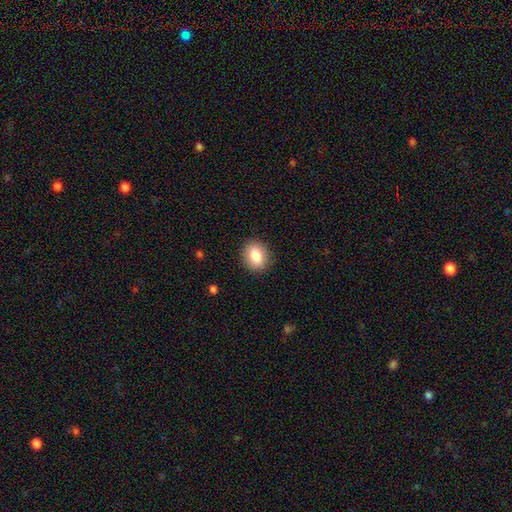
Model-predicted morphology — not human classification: This appears to be a smooth galaxy with no disk features (84%) that is in between round and cigar-shaped (53%). Merging: none (88%).